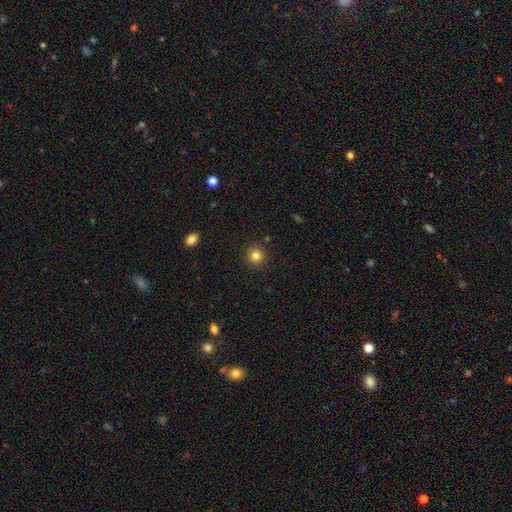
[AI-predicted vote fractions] Morphology: type=smooth (82%); roundness=round (94%); merging=none (91%).